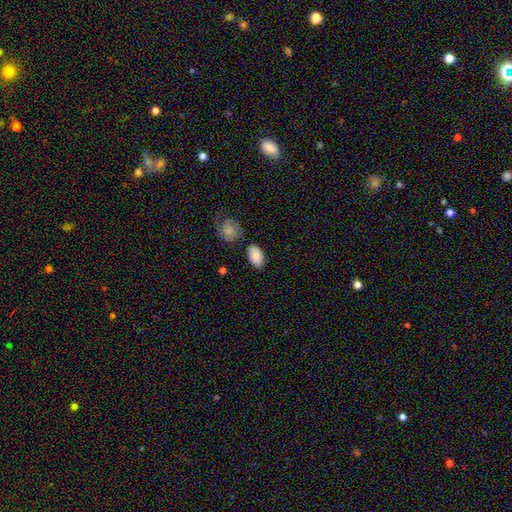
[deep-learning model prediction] Smooth or featured: smooth — 86% (featured or disk — 8%)
How rounded: in between — 93% (round — 5%)
Merging: none — 76% (minor disturbance — 14%)